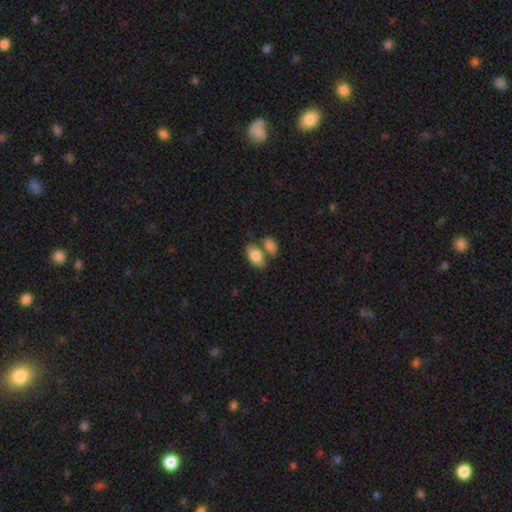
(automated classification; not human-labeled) Smooth or featured?
  - smooth: 84% *
  - featured or disk: 10%
  - star or artifact: 6%
How rounded?
  - in between: 92% *
  - round: 6%
  - cigar-shaped: 2%
Merging?
  - none: 46% *
  - merger: 36%
  - minor disturbance: 13%
  - major disturbance: 4%